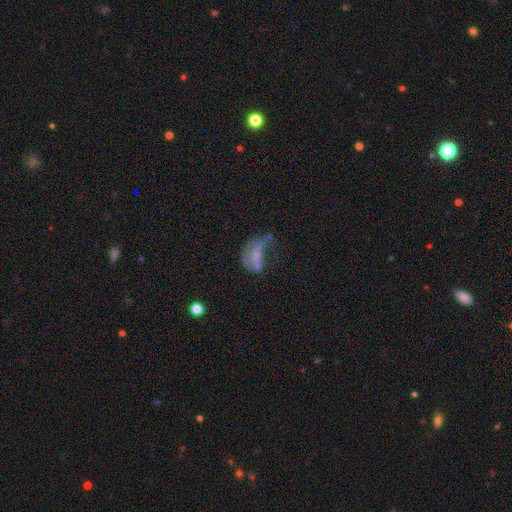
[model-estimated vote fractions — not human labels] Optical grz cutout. It shows a featured or disk galaxy (49%). Merging: major disturbance (45%).